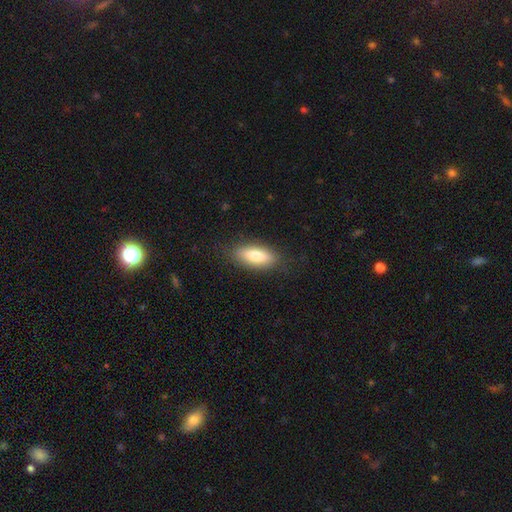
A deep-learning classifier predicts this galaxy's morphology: Smooth or featured?
  - smooth: 76% *
  - featured or disk: 18%
  - star or artifact: 7%
How rounded?
  - in between: 75% *
  - cigar-shaped: 22%
  - round: 3%
Merging?
  - none: 83% *
  - minor disturbance: 13%
  - major disturbance: 3%
  - merger: 1%